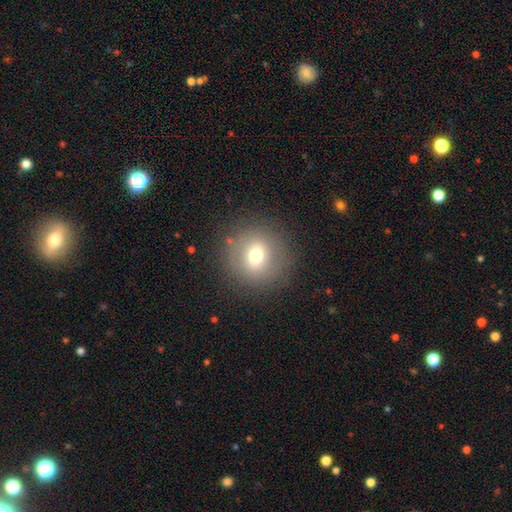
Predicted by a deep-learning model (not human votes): Smooth or featured?
  - smooth: 66% *
  - featured or disk: 20%
  - star or artifact: 14%
How rounded?
  - round: 94% *
  - in between: 5%
  - cigar-shaped: 1%
Merging?
  - none: 86% *
  - minor disturbance: 8%
  - major disturbance: 5%
  - merger: 1%